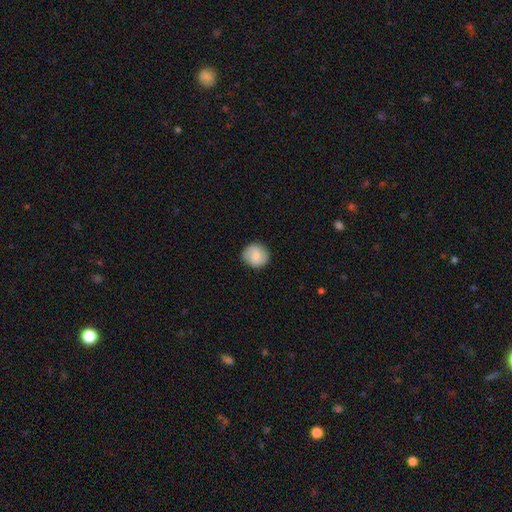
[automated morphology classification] Smooth or featured?
  - smooth: 76% *
  - featured or disk: 17%
  - star or artifact: 7%
How rounded?
  - round: 89% *
  - in between: 10%
  - cigar-shaped: 1%
Merging?
  - none: 86% *
  - minor disturbance: 10%
  - major disturbance: 3%
  - merger: 1%